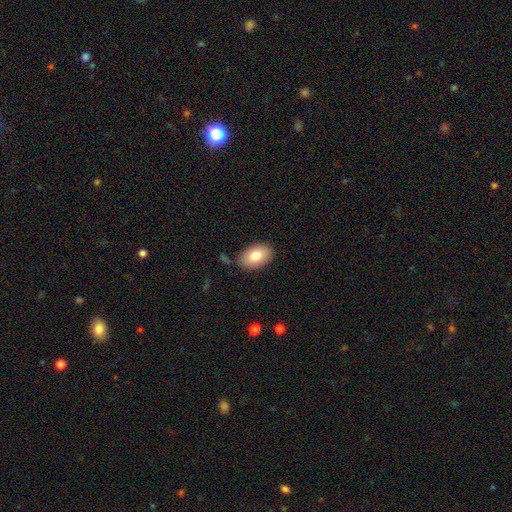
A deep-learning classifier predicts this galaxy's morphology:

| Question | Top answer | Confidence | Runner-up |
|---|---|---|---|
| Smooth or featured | smooth | 79% | featured or disk (14%) |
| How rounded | in between | 89% | round (9%) |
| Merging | none | 84% | minor disturbance (11%) |